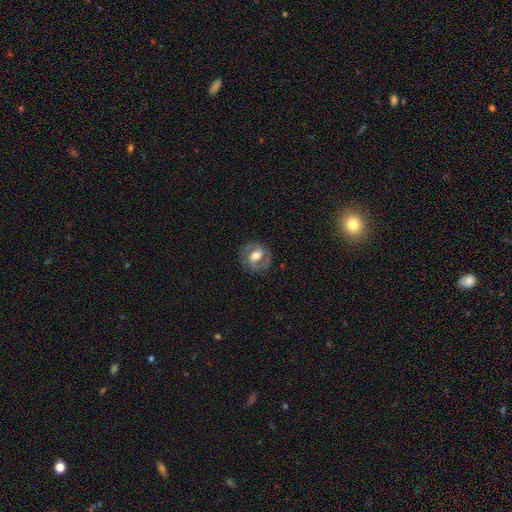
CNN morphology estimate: Smooth or featured? Predicted: featured or disk (p=0.70). Edge-on disk? Predicted: no (p=0.96). Bar? Predicted: weak (p=0.44). Spiral arms? Predicted: yes (p=0.81). Spiral winding? Predicted: medium (p=0.49). Spiral arm count? Predicted: 2 (p=0.86). Bulge size? Predicted: moderate (p=0.61). Merging? Predicted: none (p=0.81).